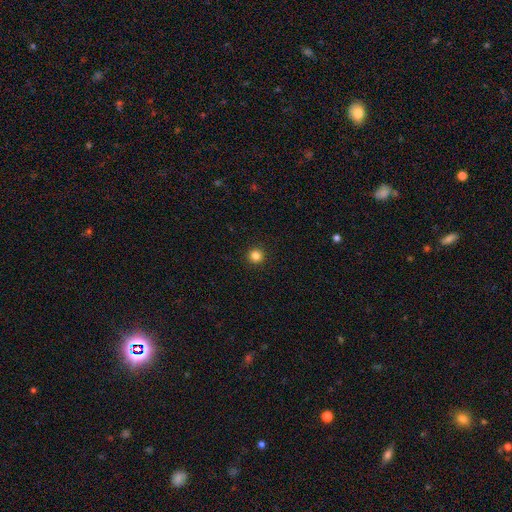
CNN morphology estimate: Overall: smooth (84%). How rounded: round (96%). Merging: none (94%).